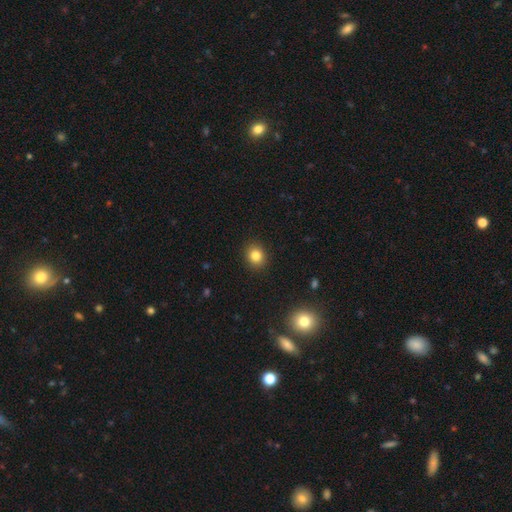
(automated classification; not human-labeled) Q: Smooth or featured?
A: smooth (83%); runner-up: star or artifact (11%)
Q: How rounded?
A: round (75%); runner-up: in between (24%)
Q: Merging?
A: none (91%); runner-up: minor disturbance (6%)